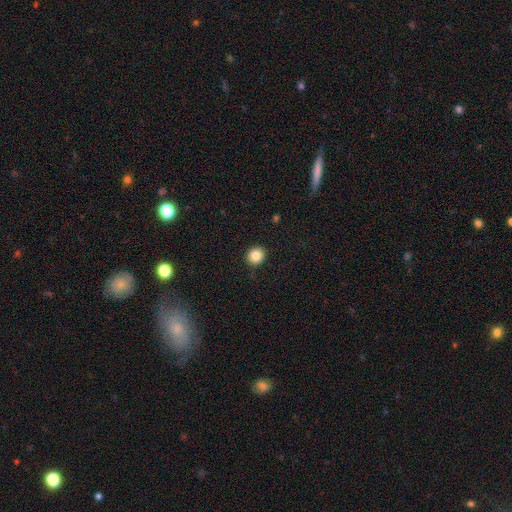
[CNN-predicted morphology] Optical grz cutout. It shows a smooth galaxy with no disk features (85%) that is round (88%). Merging: none (91%).